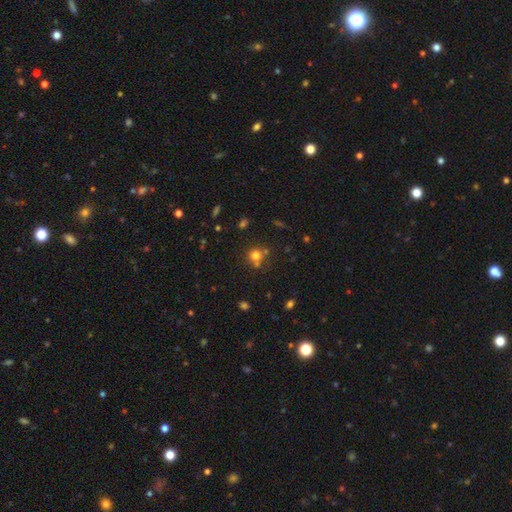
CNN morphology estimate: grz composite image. It shows a smooth galaxy with no disk features (70%) that is round (87%). Merging: none (59%).